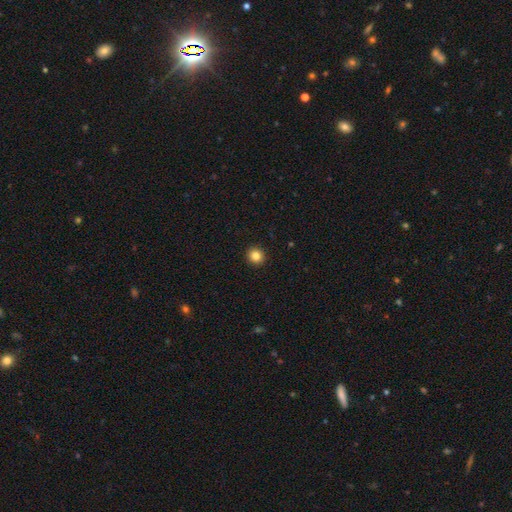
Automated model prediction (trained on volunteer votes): This is clearly a smooth galaxy (85%). How rounded: clearly round (92%). Merging: clearly none (93%).